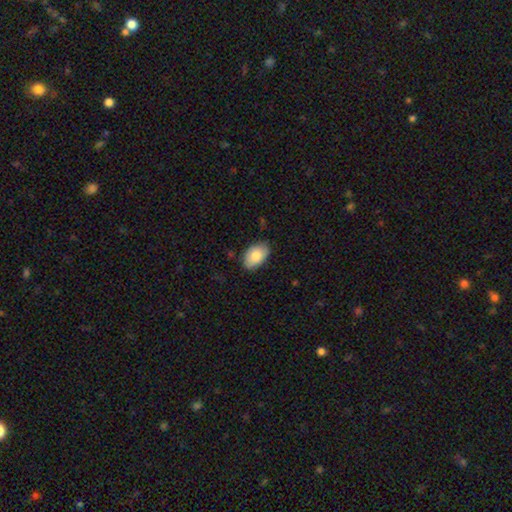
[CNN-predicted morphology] This appears to be a smooth galaxy with no disk features (84%) that is in between round and cigar-shaped (92%). Merging: none (79%).